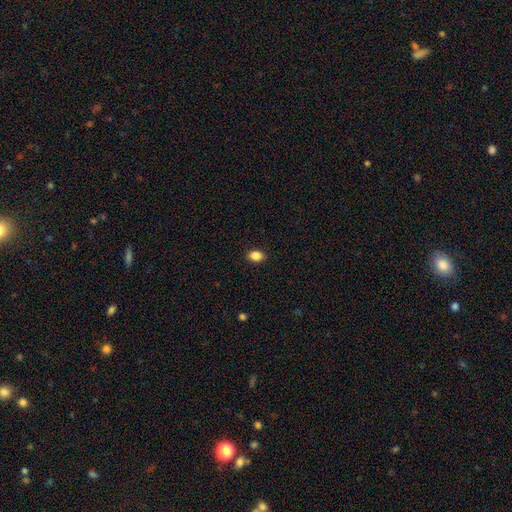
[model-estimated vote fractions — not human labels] Morphology: type=smooth (87%); roundness=in between (76%); merging=none (90%).